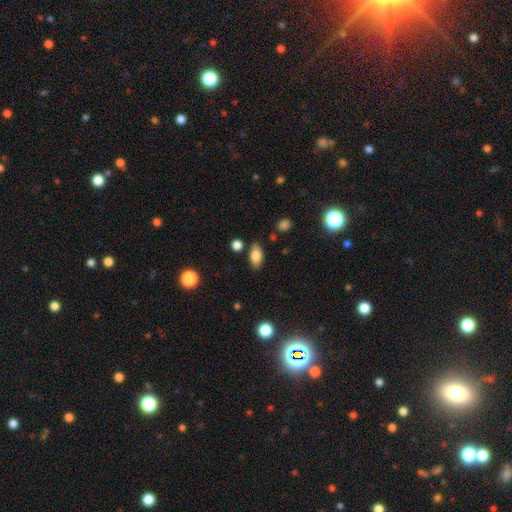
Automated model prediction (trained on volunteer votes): A smooth galaxy with no disk features (80%) that is in between round and cigar-shaped (90%). Merging: none (83%).